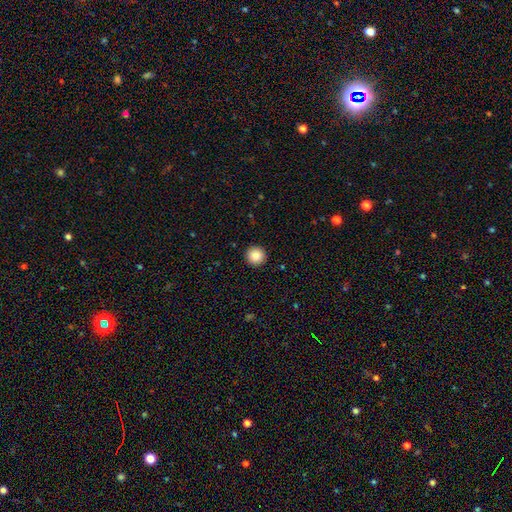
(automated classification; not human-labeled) This is clearly a smooth galaxy (86%). How rounded: clearly round (96%). Merging: clearly none (93%).